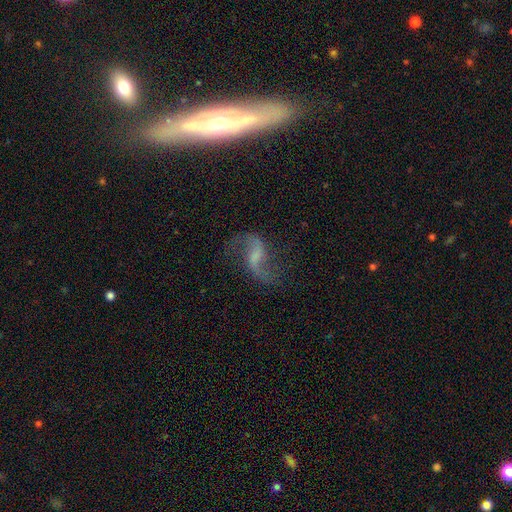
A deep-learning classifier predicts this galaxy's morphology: featured or disk 85%, star or artifact 8%, smooth 7%. Down the decision tree: edge-on disk — no (97%); bar — weak (51%); spiral arms — yes (96%); spiral arm count — 2 (92%); spiral winding — loose (86%); bulge size — none (42%); merging — none (73%).